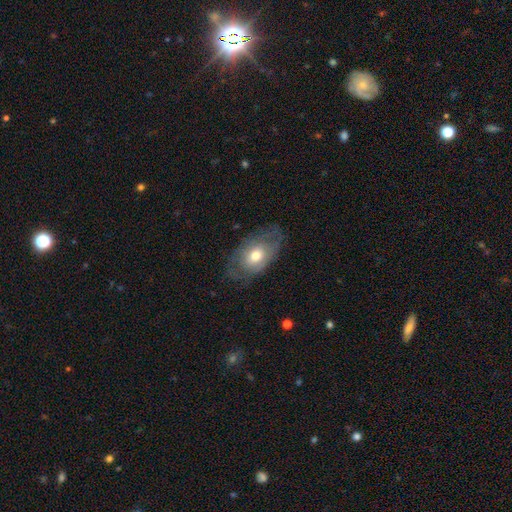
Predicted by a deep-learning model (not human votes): Smooth or featured? smooth (53%)
How rounded? in between (87%)
Merging? none (63%)